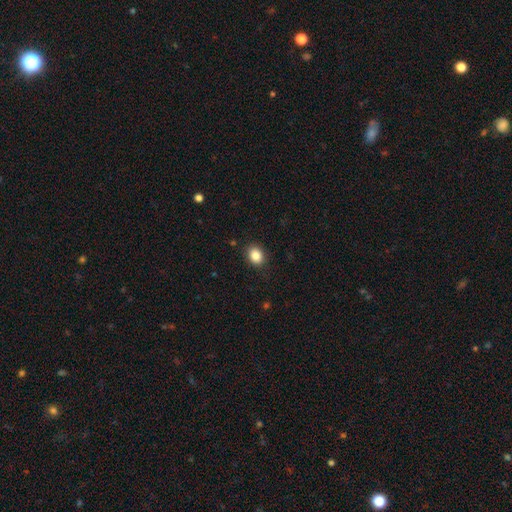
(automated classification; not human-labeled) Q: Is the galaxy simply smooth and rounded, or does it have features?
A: smooth — 85%.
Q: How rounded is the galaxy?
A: in between — 51%.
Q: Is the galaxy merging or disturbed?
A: none — 89%.